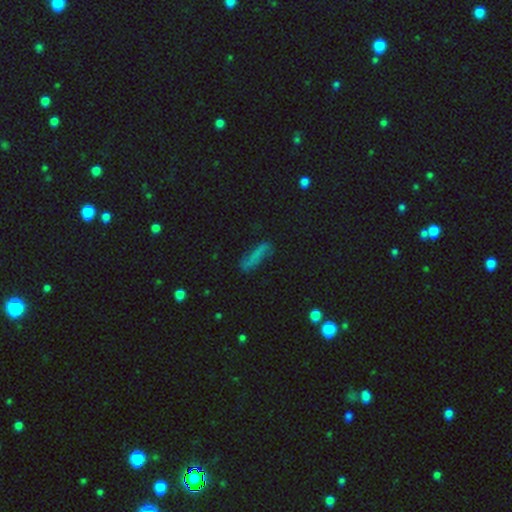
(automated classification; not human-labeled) Smooth or featured? Predicted: smooth (p=0.63). How rounded? Predicted: cigar-shaped (p=0.76). Merging? Predicted: none (p=0.68).